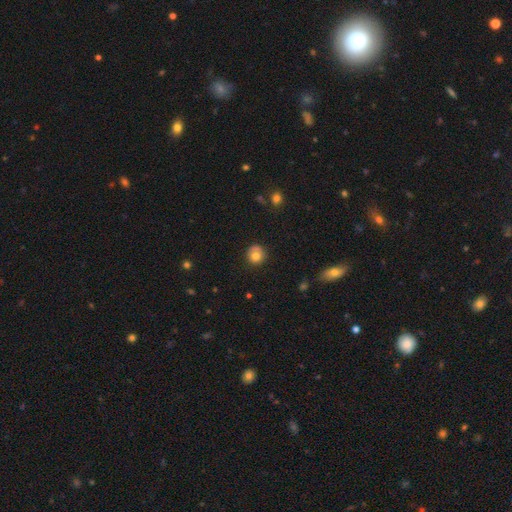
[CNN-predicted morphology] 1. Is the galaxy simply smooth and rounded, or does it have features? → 77% smooth, 13% featured or disk, 10% star or artifact.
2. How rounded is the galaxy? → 90% round, 9% in between, 1% cigar-shaped.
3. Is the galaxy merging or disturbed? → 69% none, 20% minor disturbance, 6% major disturbance, 5% merger.